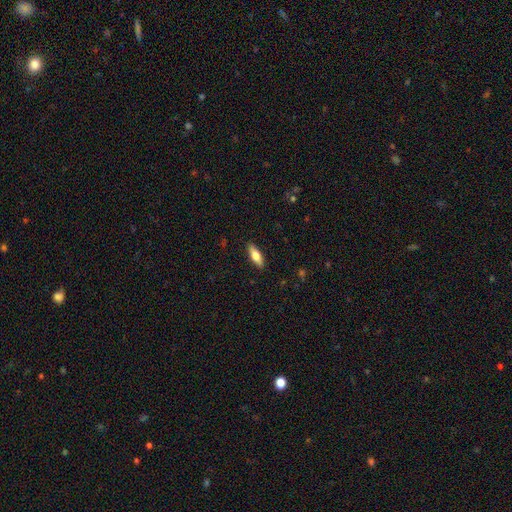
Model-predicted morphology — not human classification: Overall: smooth (64%; featured or disk 30%). How rounded: in between (56%; cigar-shaped 42%). Merging: none (89%).